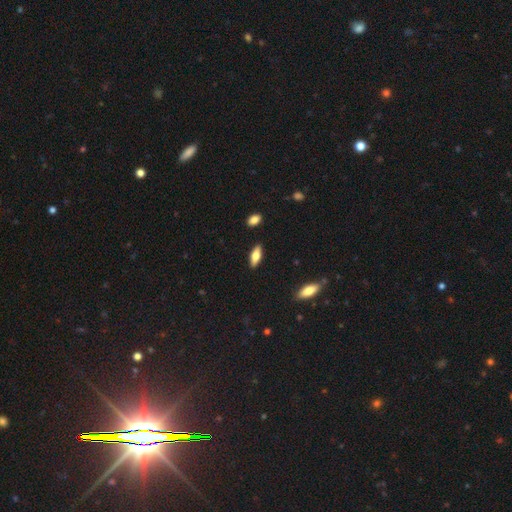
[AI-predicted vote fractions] smooth 63%, featured or disk 30%, star or artifact 6%. Down the decision tree: how rounded — in between (65%); merging — none (88%).